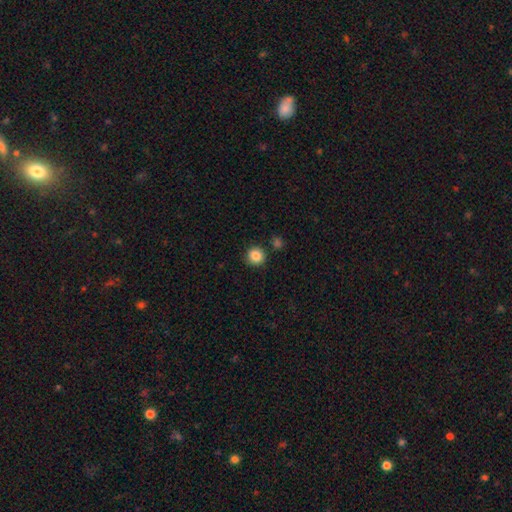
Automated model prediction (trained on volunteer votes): Overall: smooth (86%). How rounded: round (92%). Merging: none (87%).